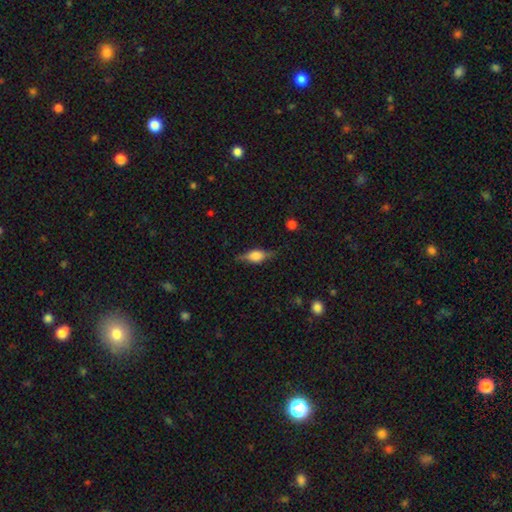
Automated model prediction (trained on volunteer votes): Smooth or featured?
  - featured or disk: 56% *
  - smooth: 36%
  - star or artifact: 8%
Edge-on disk?
  - yes: 94% *
  - no: 6%
Edge-on bulge?
  - rounded: 83% *
  - boxy: 15%
  - none: 2%
Merging?
  - none: 78% *
  - minor disturbance: 16%
  - major disturbance: 5%
  - merger: 1%